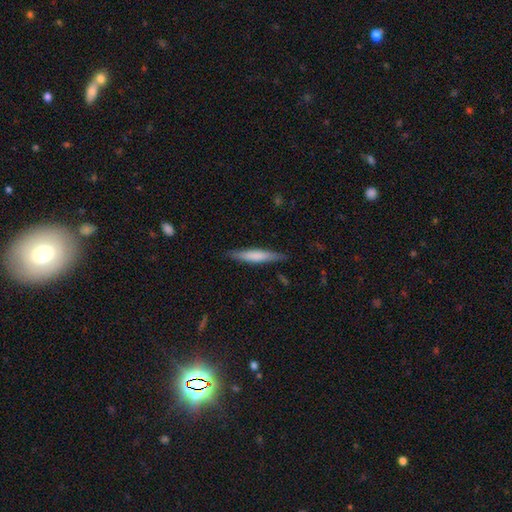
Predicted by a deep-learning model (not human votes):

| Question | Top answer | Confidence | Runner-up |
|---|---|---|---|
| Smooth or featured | smooth | 66% | featured or disk (28%) |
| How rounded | cigar-shaped | 90% | in between (8%) |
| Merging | none | 87% | minor disturbance (10%) |